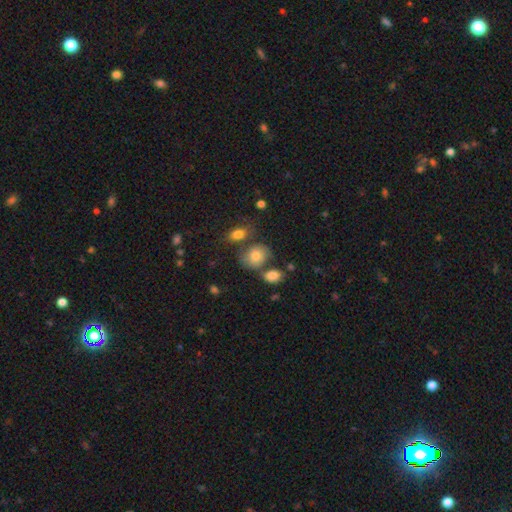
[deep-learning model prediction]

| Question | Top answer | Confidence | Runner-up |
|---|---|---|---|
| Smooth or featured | smooth | 76% | featured or disk (14%) |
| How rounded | in between | 51% | round (48%) |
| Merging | none | 55% | minor disturbance (19%) |